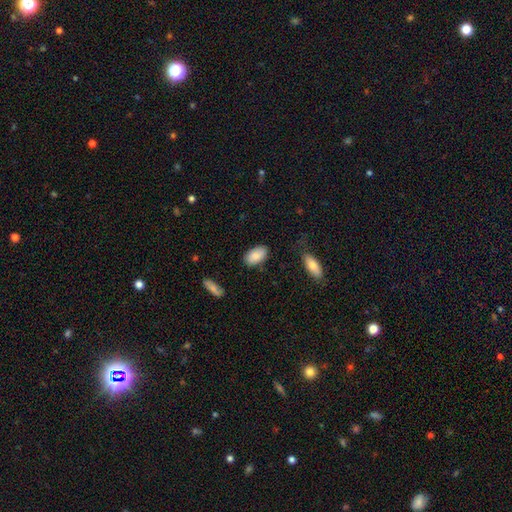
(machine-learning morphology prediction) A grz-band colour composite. It shows a smooth galaxy with no disk features (87%) that is in between round and cigar-shaped (95%). Merging: none (82%).